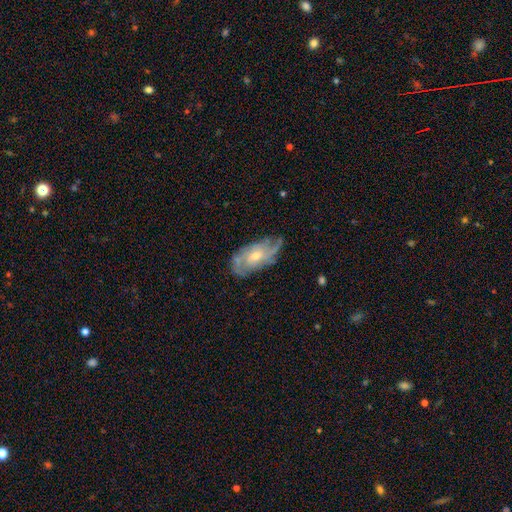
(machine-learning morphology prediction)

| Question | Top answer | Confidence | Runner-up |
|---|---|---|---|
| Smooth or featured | featured or disk | 75% | smooth (19%) |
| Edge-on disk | no | 92% | yes (8%) |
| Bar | no | 73% | weak (23%) |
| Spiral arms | yes | 86% | no (14%) |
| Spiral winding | tight | 40% | medium (39%) |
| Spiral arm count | can't tell | 38% | 2 (28%) |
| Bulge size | moderate | 53% | small (42%) |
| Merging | none | 65% | minor disturbance (24%) |